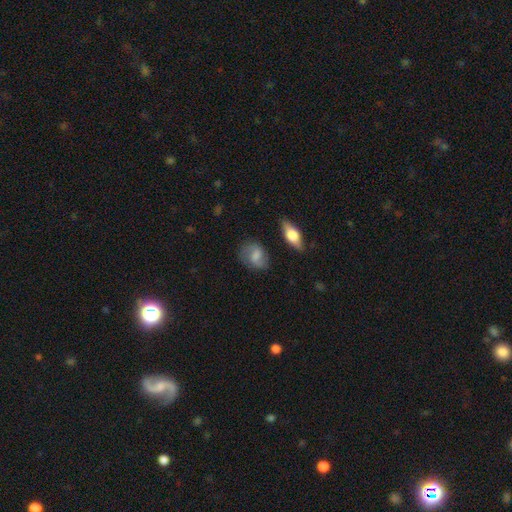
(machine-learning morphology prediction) Smooth or featured: smooth — 56% (featured or disk — 36%)
How rounded: in between — 65% (round — 31%)
Merging: none — 68% (minor disturbance — 22%)